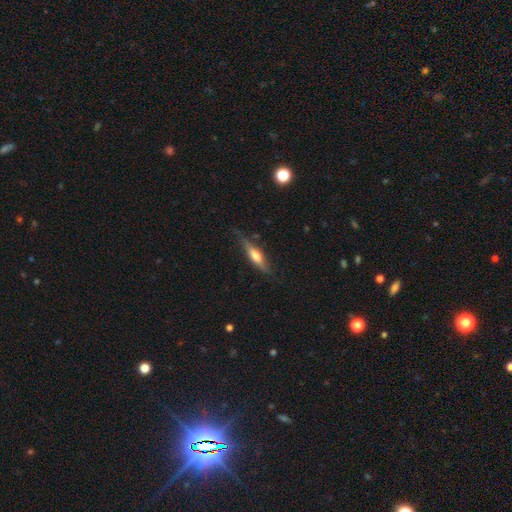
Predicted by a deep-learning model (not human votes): Overall: featured or disk (51%; smooth 43%). Edge-on disk: yes (91%). Merging: none (70%).